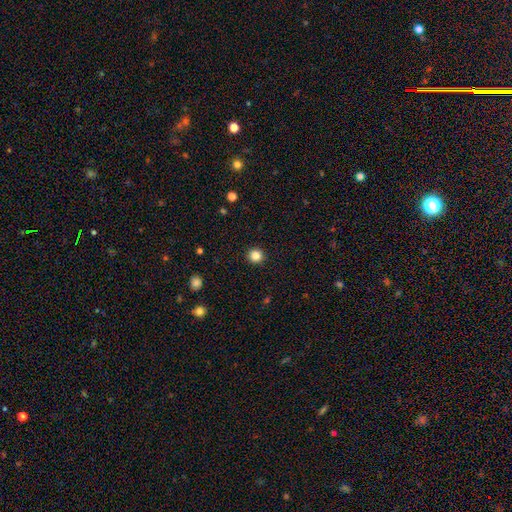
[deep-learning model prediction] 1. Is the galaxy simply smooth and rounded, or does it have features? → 84% smooth, 12% star or artifact, 5% featured or disk.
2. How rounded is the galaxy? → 95% round, 4% in between, 1% cigar-shaped.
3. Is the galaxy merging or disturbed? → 93% none, 4% minor disturbance, 2% major disturbance, 1% merger.